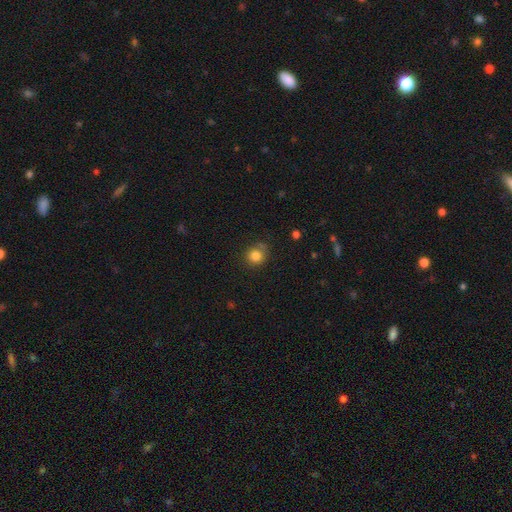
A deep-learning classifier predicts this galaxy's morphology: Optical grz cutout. It shows a smooth galaxy with no disk features (82%) that is round (87%). Merging: none (72%).